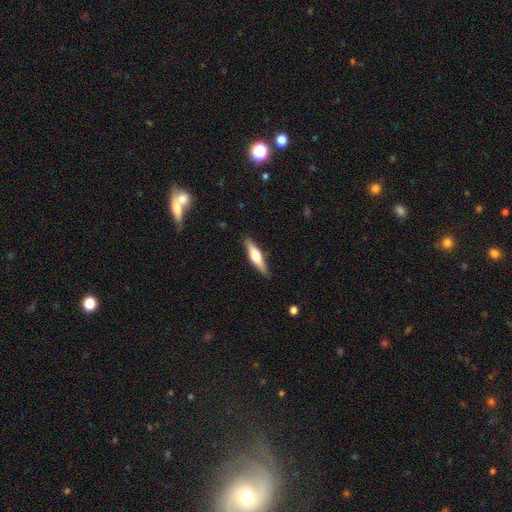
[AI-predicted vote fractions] Q: Smooth or featured?
A: featured or disk (53%); runner-up: smooth (42%)
Q: Edge-on disk?
A: yes (95%); runner-up: no (5%)
Q: Merging?
A: none (86%); runner-up: minor disturbance (10%)